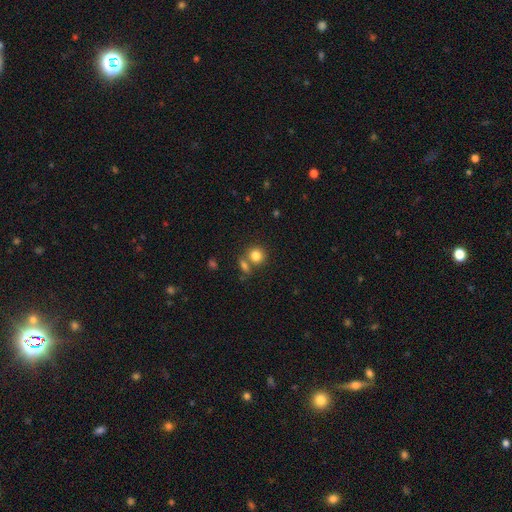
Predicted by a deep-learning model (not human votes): Overall: smooth (82%). How rounded: round (82%). Merging: none (59%; merger 28%).